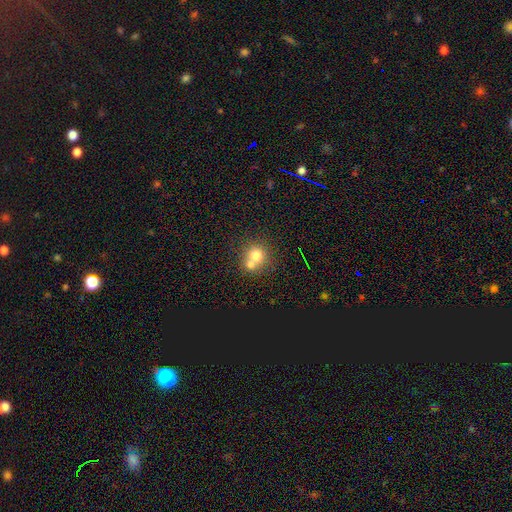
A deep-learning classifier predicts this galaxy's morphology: Smooth or featured? Predicted: smooth (p=0.71). How rounded? Predicted: round (p=0.86). Merging? Predicted: merger (p=0.50).